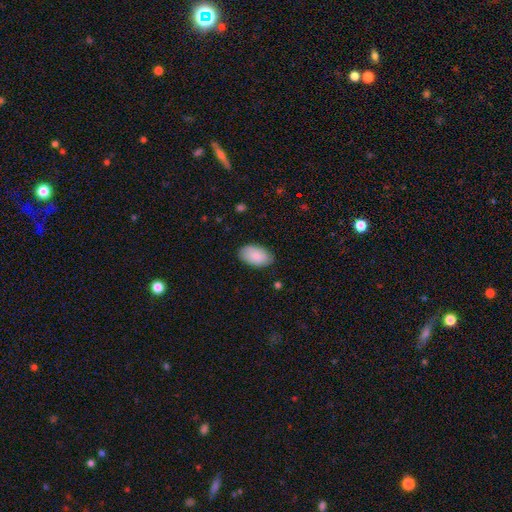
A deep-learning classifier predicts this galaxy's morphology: type=smooth (87%); roundness=in between (95%); merging=none (83%).